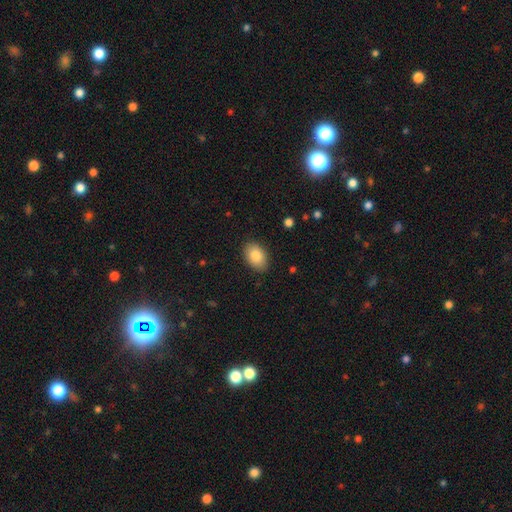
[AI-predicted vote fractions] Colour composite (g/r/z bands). It shows a smooth galaxy with no disk features (84%) that is in between round and cigar-shaped (87%). Merging: none (88%).